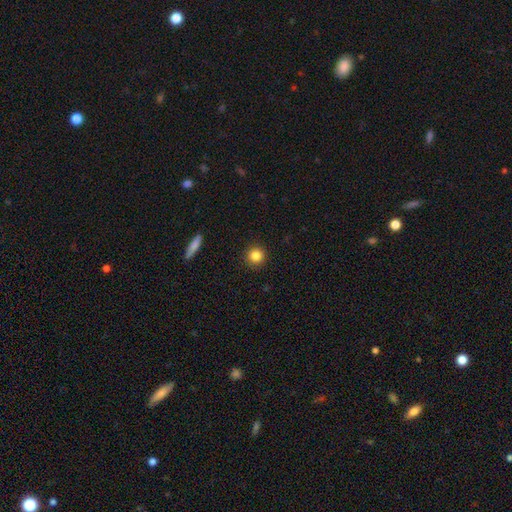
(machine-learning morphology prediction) smooth 85%, star or artifact 10%, featured or disk 5%. Down the decision tree: how rounded — round (94%); merging — none (92%).